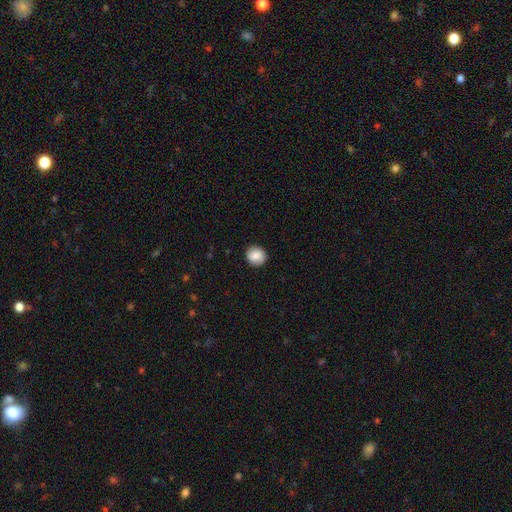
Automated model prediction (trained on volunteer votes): The model was most divided on "how rounded": round: 86%, in between: 13%, cigar-shaped: 1%. More confident: merging — none (90%); smooth or featured — smooth (86%).